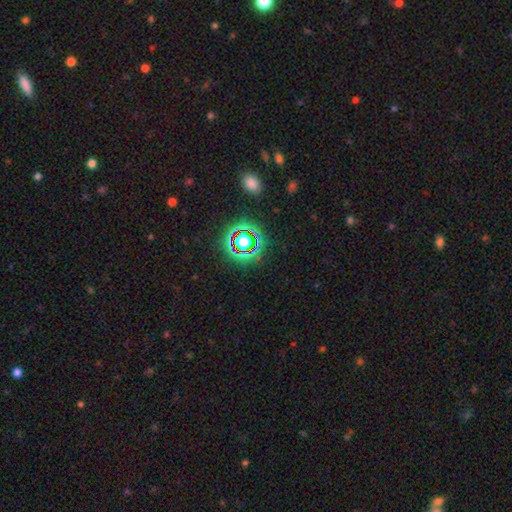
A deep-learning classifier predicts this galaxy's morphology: The model was most divided on "smooth or featured": star or artifact: 69%, smooth: 21%, featured or disk: 10%.